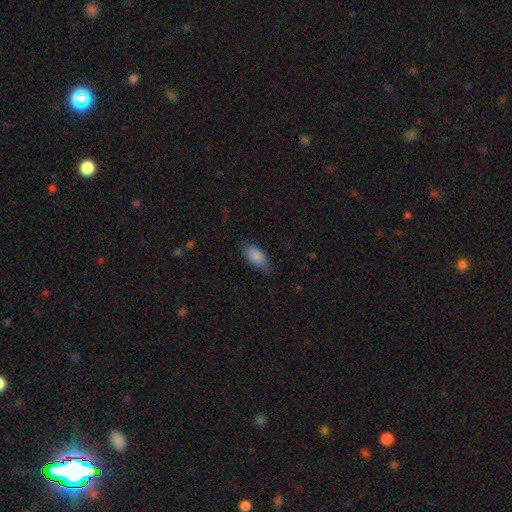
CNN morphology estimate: type=smooth (87%); roundness=in between (91%); merging=none (70%).